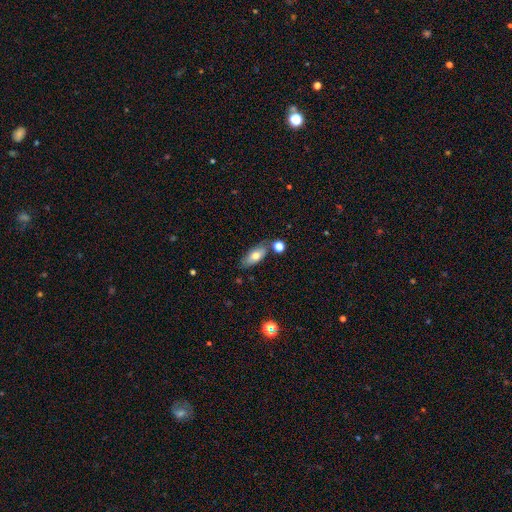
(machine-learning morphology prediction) This appears to be a smooth galaxy with no disk features (70%) that is in between round and cigar-shaped (82%). Merging: none (72%).